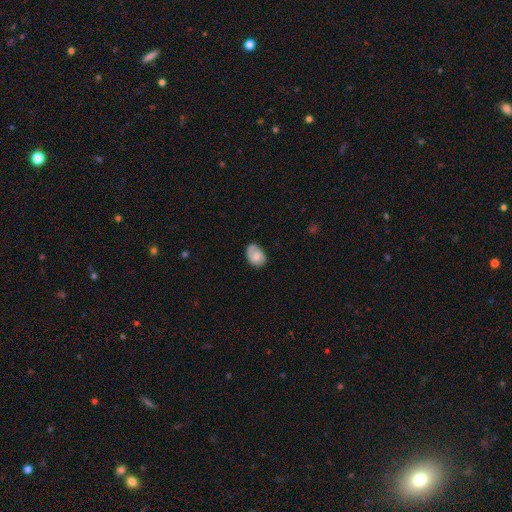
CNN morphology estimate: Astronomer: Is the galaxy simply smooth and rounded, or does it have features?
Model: smooth — 60%.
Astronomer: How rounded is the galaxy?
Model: in between — 75%.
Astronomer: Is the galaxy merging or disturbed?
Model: none — 61%.